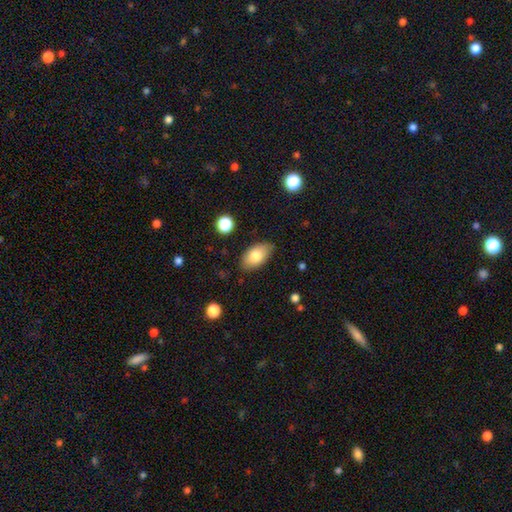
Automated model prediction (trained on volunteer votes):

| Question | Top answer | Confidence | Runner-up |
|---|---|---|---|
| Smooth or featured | smooth | 79% | featured or disk (14%) |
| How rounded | in between | 93% | round (6%) |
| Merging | none | 83% | minor disturbance (13%) |